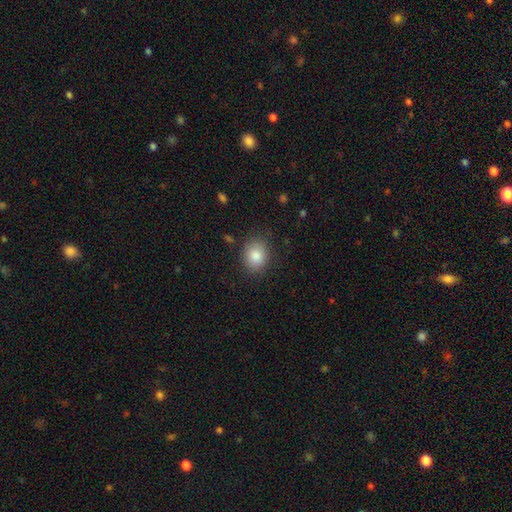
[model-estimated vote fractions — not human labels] Smooth or featured: smooth — 85% (star or artifact — 9%)
How rounded: round — 55% (in between — 44%)
Merging: none — 83% (minor disturbance — 12%)